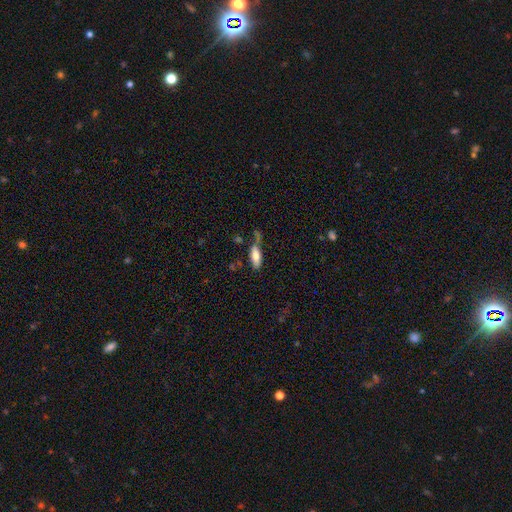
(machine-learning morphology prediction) Smooth or featured: smooth — 75% (featured or disk — 18%)
How rounded: in between — 72% (cigar-shaped — 26%)
Merging: none — 54% (minor disturbance — 23%)